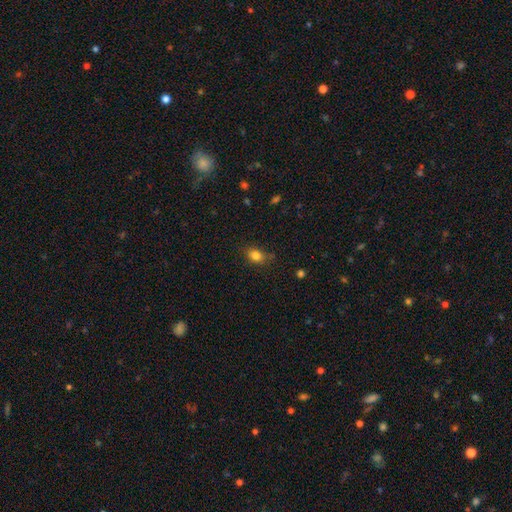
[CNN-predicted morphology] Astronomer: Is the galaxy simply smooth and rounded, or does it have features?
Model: smooth — 82%.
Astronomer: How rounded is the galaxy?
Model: in between — 67%.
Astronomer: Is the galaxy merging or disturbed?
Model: none — 70%.